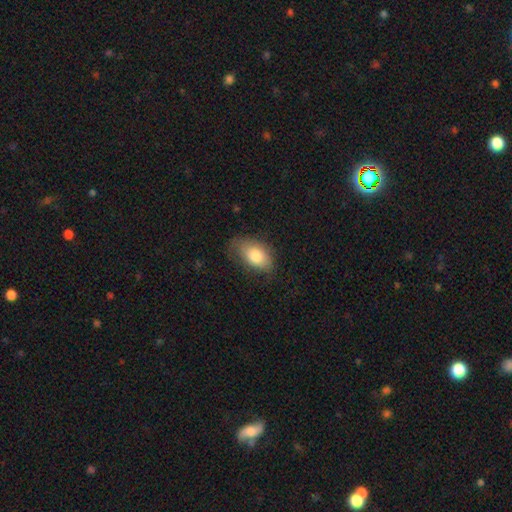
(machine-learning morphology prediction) A smooth galaxy with no disk features (79%) that is in between round and cigar-shaped (91%).

Vote fractions:
- Smooth or featured? smooth: 79% / featured or disk: 14% / star or artifact: 7%
- How rounded? in between: 91% / round: 8% / cigar-shaped: 2%
- Merging? none: 64% / minor disturbance: 26% / major disturbance: 8% / merger: 1%